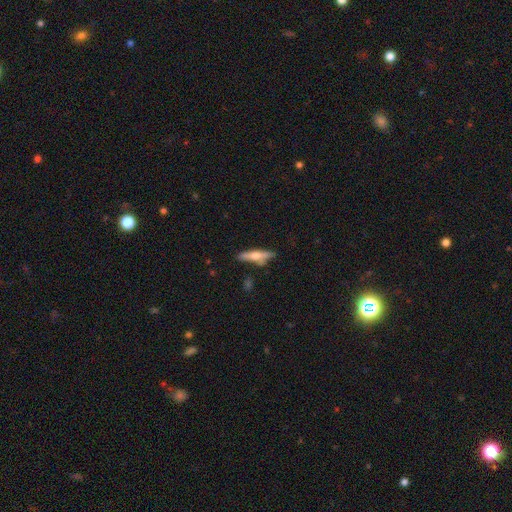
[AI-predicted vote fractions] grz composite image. It shows a smooth galaxy with no disk features (50%). Merging: none (74%).